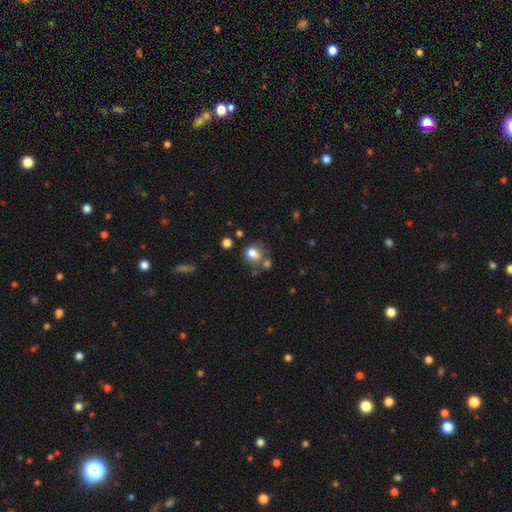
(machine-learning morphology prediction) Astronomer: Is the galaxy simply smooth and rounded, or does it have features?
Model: smooth — 67%.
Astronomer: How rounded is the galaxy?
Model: round — 84%.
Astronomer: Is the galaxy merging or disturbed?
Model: none — 65%.